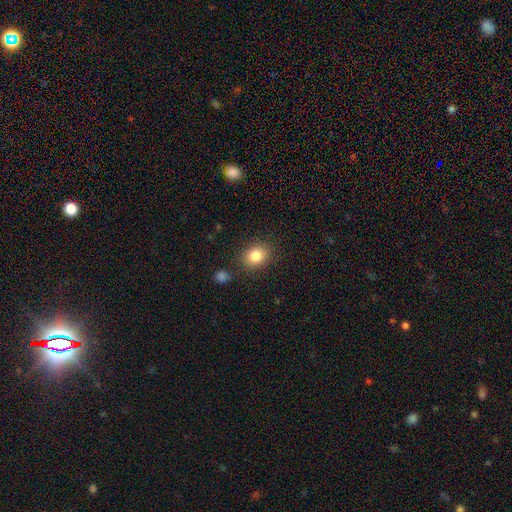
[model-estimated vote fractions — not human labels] This appears to be a smooth galaxy with no disk features (83%) that is round (54%). Merging: none (83%).